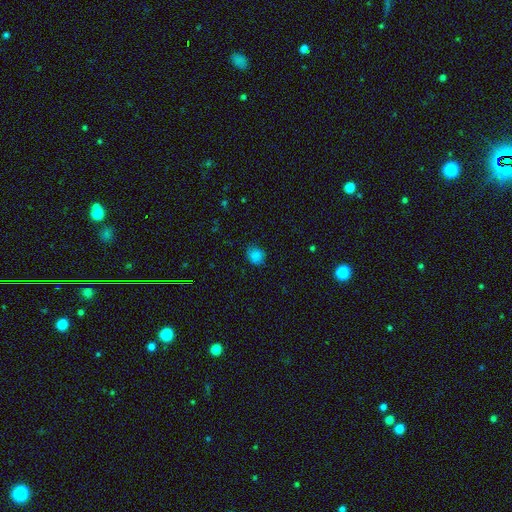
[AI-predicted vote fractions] smooth 82%, star or artifact 13%, featured or disk 4%. Down the decision tree: how rounded — round (76%); merging — none (76%).